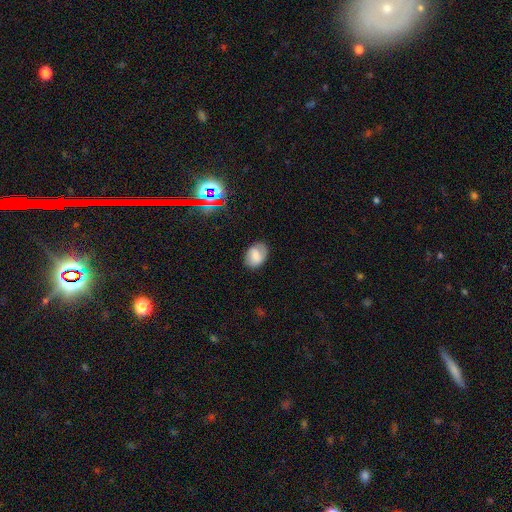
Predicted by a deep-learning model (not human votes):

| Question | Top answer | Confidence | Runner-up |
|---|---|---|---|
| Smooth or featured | smooth | 67% | featured or disk (22%) |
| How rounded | in between | 77% | round (22%) |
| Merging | none | 77% | minor disturbance (17%) |